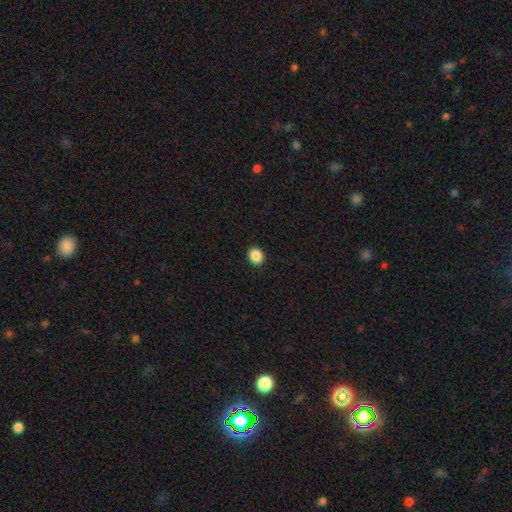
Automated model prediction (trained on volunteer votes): Smooth or featured? smooth (88%)
How rounded? round (73%)
Merging? none (92%)